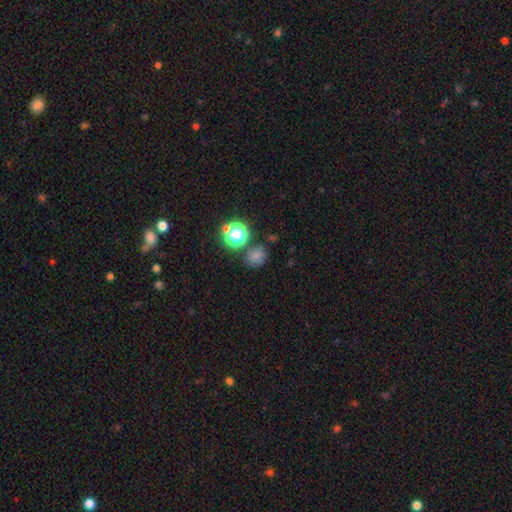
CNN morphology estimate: Overall: smooth (67%). How rounded: round (71%). Merging: none (68%).